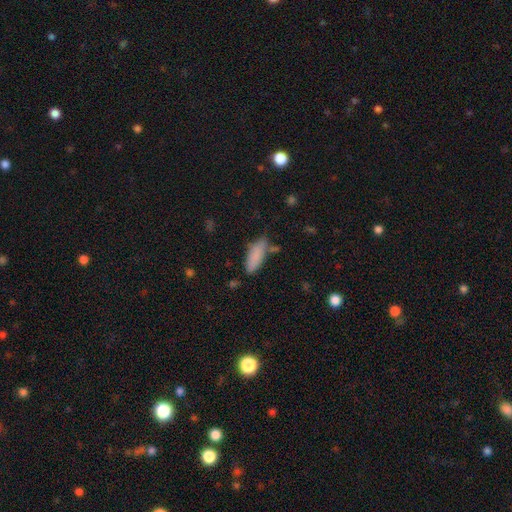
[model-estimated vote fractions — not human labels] Smooth or featured? smooth (85%)
How rounded? in between (67%)
Merging? none (65%)